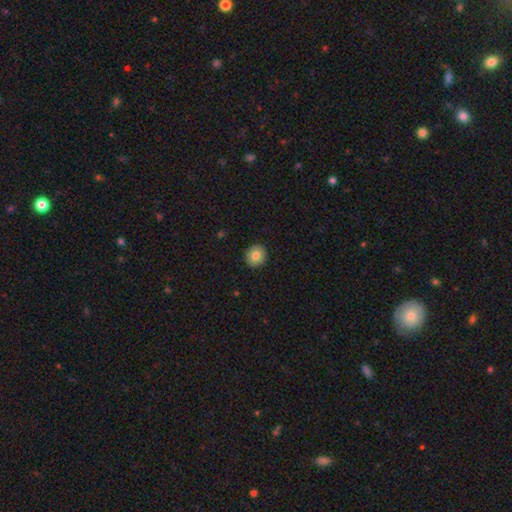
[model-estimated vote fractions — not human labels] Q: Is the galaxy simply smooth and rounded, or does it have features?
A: smooth — 79%.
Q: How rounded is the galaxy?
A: round — 89%.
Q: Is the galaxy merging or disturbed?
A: none — 91%.